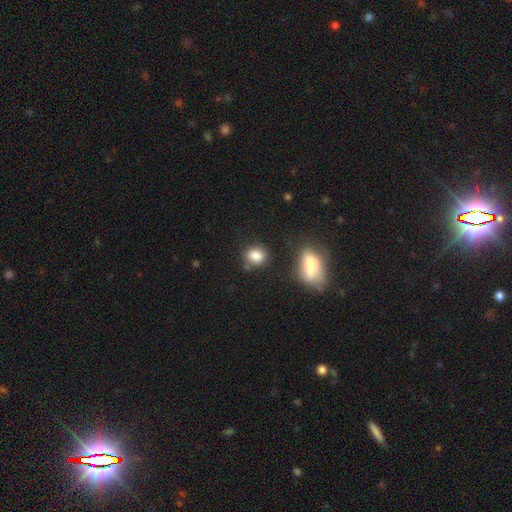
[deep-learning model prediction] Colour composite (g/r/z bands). It shows a smooth galaxy with no disk features (85%) that is round (57%). Merging: none (71%).